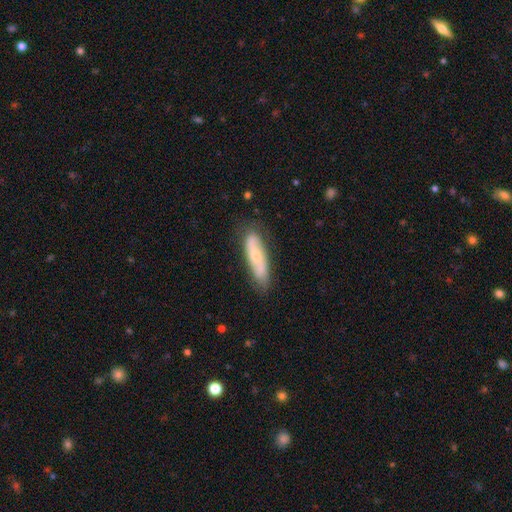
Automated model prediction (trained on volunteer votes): Smooth or featured?
  - featured or disk: 51% *
  - smooth: 43%
  - star or artifact: 6%
Edge-on disk?
  - no: 64% *
  - yes: 36%
Merging?
  - none: 81% *
  - minor disturbance: 15%
  - major disturbance: 3%
  - merger: 1%